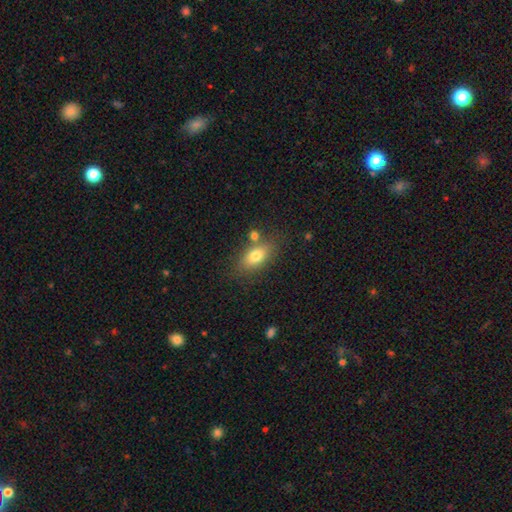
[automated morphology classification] Smooth or featured? Predicted: smooth (p=0.77). How rounded? Predicted: in between (p=0.83). Merging? Predicted: none (p=0.70).